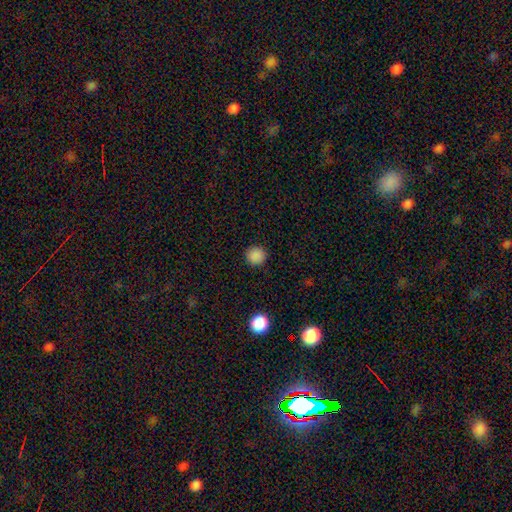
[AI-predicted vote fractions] This is clearly a smooth galaxy (87%). How rounded: clearly round (93%). Merging: clearly none (91%).